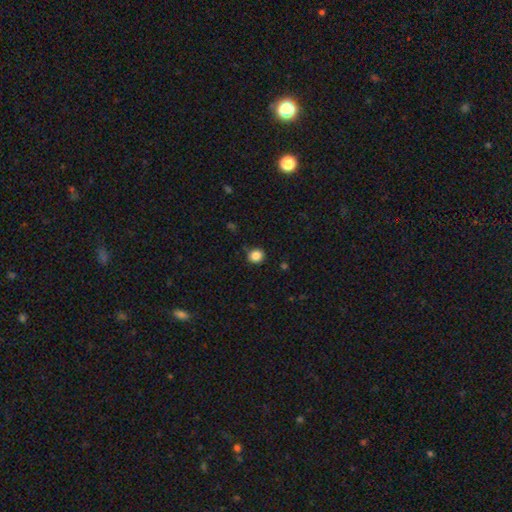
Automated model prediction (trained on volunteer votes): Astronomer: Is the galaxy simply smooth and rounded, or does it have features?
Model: smooth — 85%.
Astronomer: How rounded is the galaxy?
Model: round — 85%.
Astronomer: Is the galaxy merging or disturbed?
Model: none — 87%.